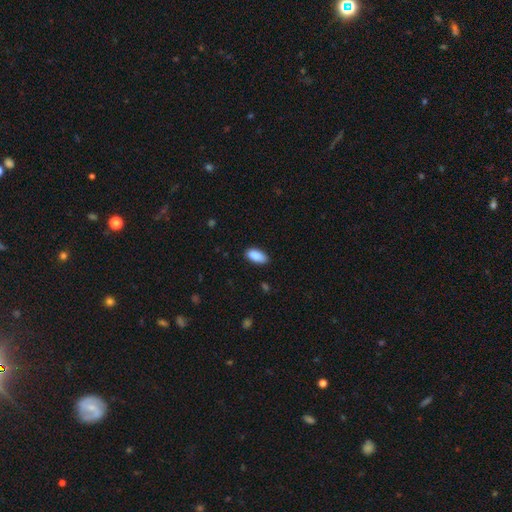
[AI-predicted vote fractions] Smooth or featured?
  - smooth: 90% *
  - star or artifact: 6%
  - featured or disk: 4%
How rounded?
  - in between: 91% *
  - cigar-shaped: 7%
  - round: 2%
Merging?
  - none: 85% *
  - minor disturbance: 12%
  - major disturbance: 2%
  - merger: 1%